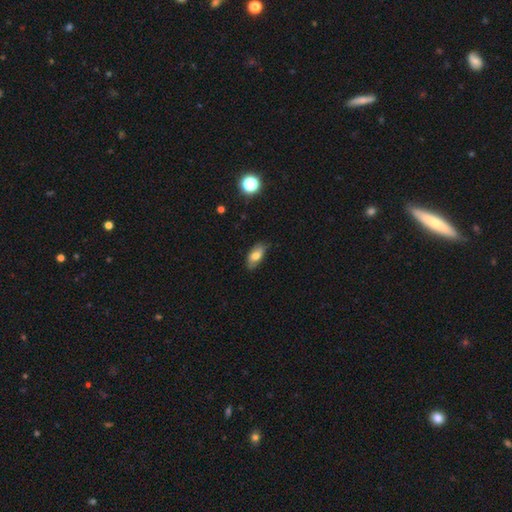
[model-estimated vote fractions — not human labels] smooth-or-featured: smooth: 76% | featured or disk: 16% | star or artifact: 8%
  how-rounded: in between: 87% | cigar-shaped: 9% | round: 4%
  merging: none: 76% | minor disturbance: 19% | major disturbance: 3% | merger: 1%